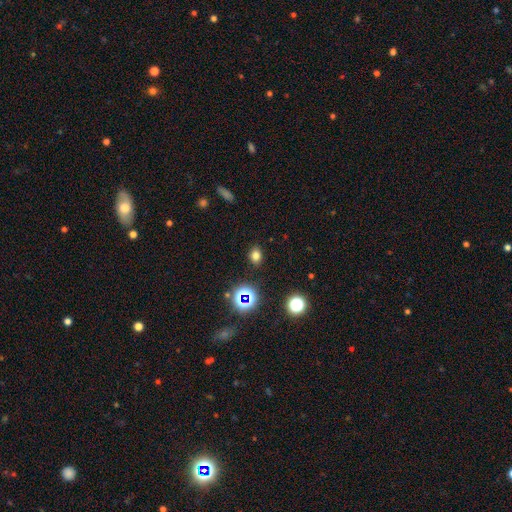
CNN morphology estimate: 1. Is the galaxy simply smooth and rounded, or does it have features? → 72% smooth, 21% star or artifact, 7% featured or disk.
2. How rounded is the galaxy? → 57% in between, 42% round, 1% cigar-shaped.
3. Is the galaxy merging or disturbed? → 87% none, 9% minor disturbance, 3% major disturbance, 2% merger.